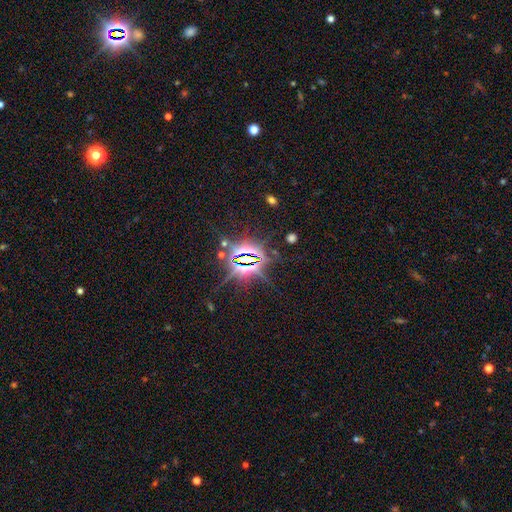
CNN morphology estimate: A star or artifact, not a galaxy (83%).

Vote fractions:
- Smooth or featured? star or artifact: 83% / smooth: 9% / featured or disk: 8%